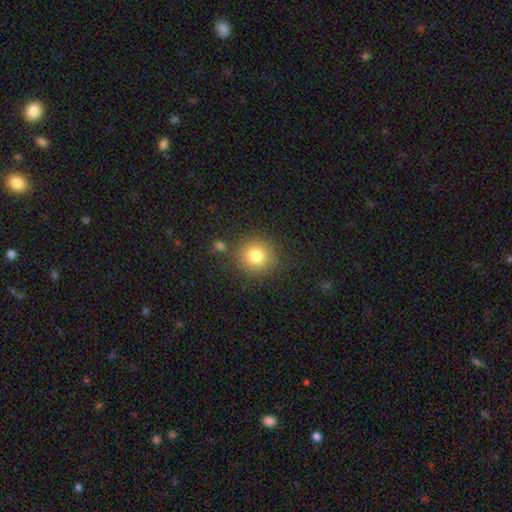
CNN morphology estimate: smooth 80%, star or artifact 11%, featured or disk 9%. Down the decision tree: how rounded — round (91%); merging — none (82%).